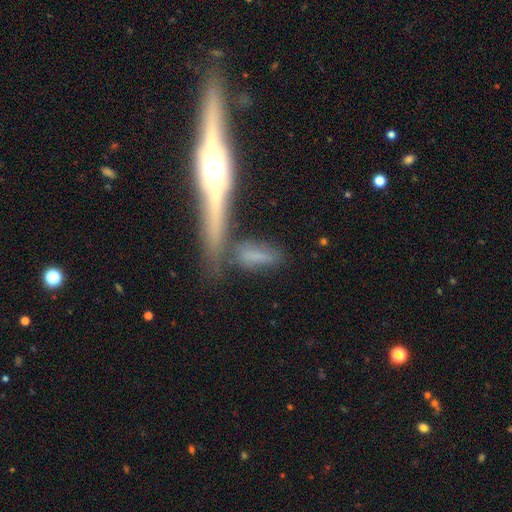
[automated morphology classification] Overall: smooth (63%; featured or disk 26%). How rounded: cigar-shaped (52%; in between 42%). Merging: none (47%; merger 25%).